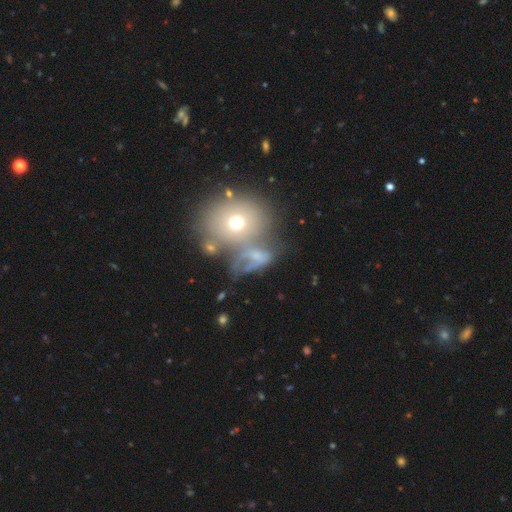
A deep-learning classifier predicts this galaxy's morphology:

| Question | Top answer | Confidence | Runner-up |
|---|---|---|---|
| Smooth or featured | smooth | 43% | featured or disk (41%) |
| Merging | merger | 41% | none (26%) |